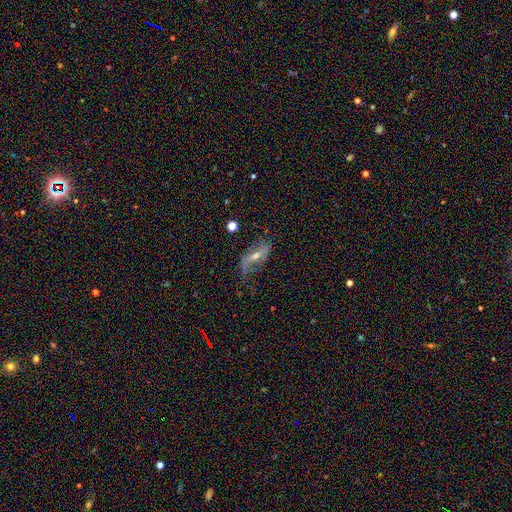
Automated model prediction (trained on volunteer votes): Morphology: type=featured or disk (70%); edge-on=no (81%); bar=strong (37%); spiral arms=yes (81%); bulge=moderate (50%); merging=none (55%).